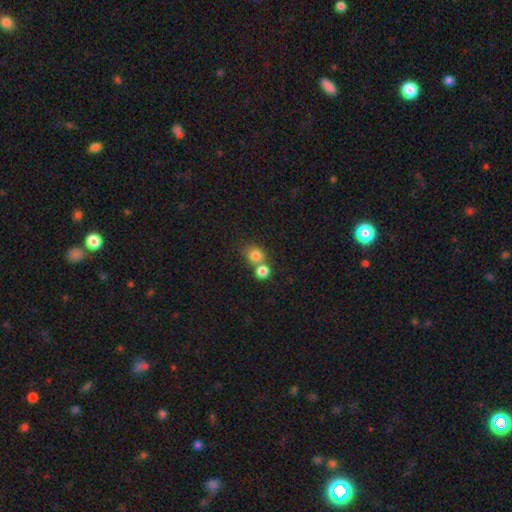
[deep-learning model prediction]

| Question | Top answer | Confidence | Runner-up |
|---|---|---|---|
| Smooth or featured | smooth | 81% | star or artifact (11%) |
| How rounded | round | 83% | in between (16%) |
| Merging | merger | 47% | none (44%) |